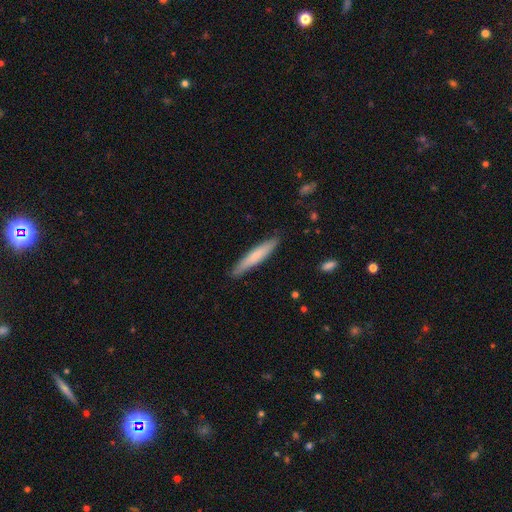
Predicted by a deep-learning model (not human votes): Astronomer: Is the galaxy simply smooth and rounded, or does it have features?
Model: smooth — 66%.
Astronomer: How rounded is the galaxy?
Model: cigar-shaped — 92%.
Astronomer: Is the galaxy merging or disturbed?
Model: none — 88%.